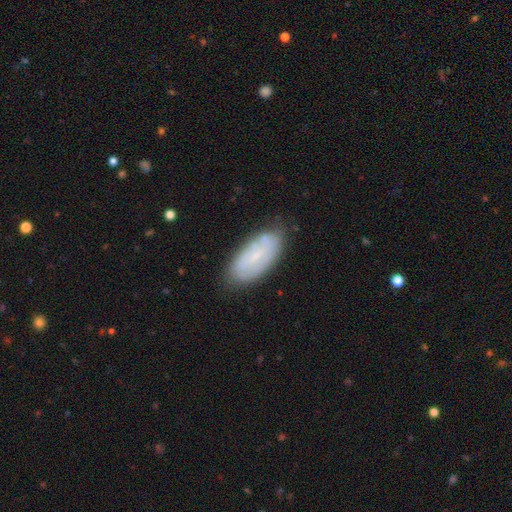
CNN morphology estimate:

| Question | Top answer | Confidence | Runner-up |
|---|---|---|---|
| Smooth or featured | featured or disk | 46% | tied: smooth (46%) |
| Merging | none | 77% | minor disturbance (17%) |